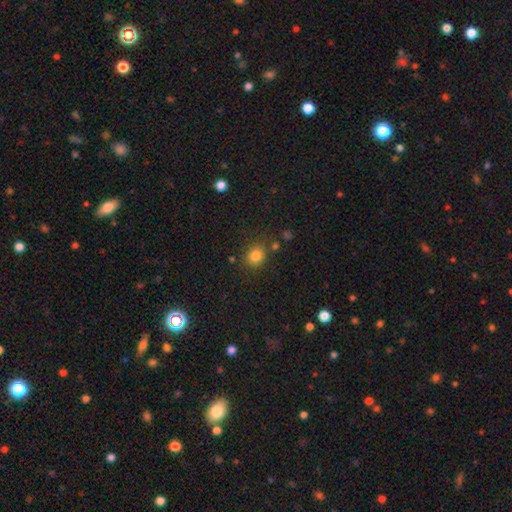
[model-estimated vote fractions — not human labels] smooth_or_featured: smooth (p=0.82) [alt: star or artifact p=0.13]
how_rounded: round (p=0.76) [alt: in between p=0.23]
merging: none (p=0.80) [alt: minor disturbance p=0.11]